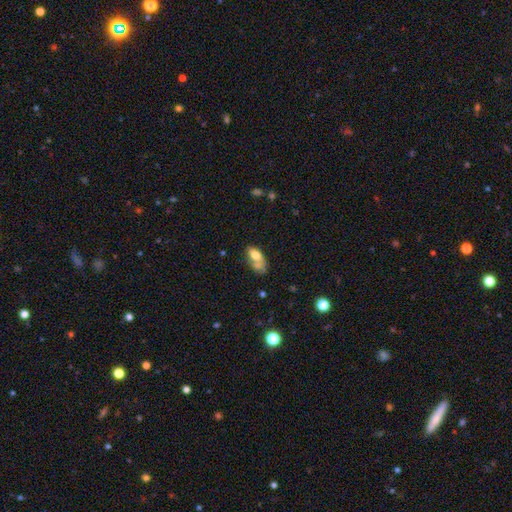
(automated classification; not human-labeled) Smooth or featured? Predicted: smooth (p=0.68). How rounded? Predicted: in between (p=0.83). Merging? Predicted: merger (p=0.41).